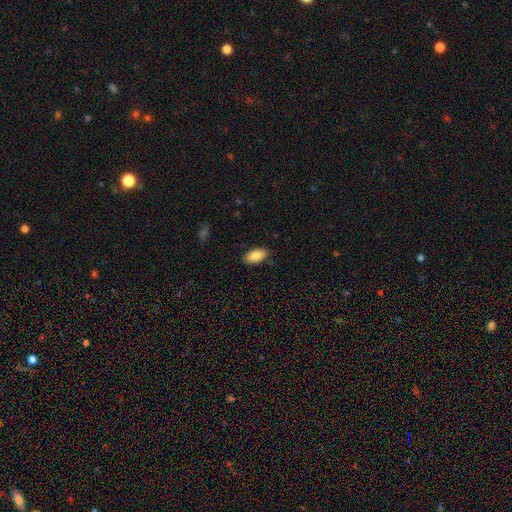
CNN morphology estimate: Smooth or featured? Predicted: smooth (p=0.88). How rounded? Predicted: in between (p=0.94). Merging? Predicted: none (p=0.87).